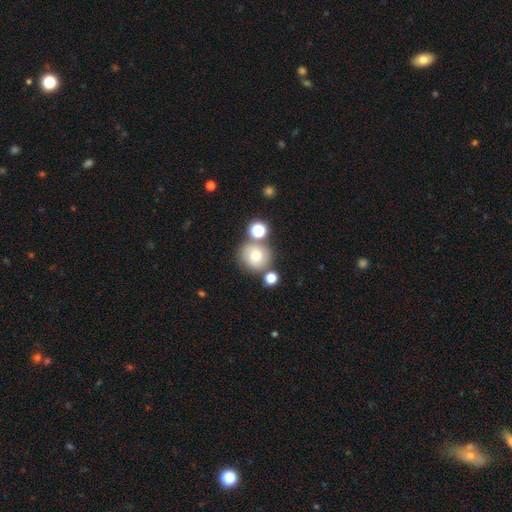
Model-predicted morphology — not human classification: Smooth or featured?
  - smooth: 68% *
  - featured or disk: 17%
  - star or artifact: 15%
How rounded?
  - round: 87% *
  - in between: 12%
  - cigar-shaped: 1%
Merging?
  - none: 64% *
  - merger: 19%
  - minor disturbance: 13%
  - major disturbance: 5%